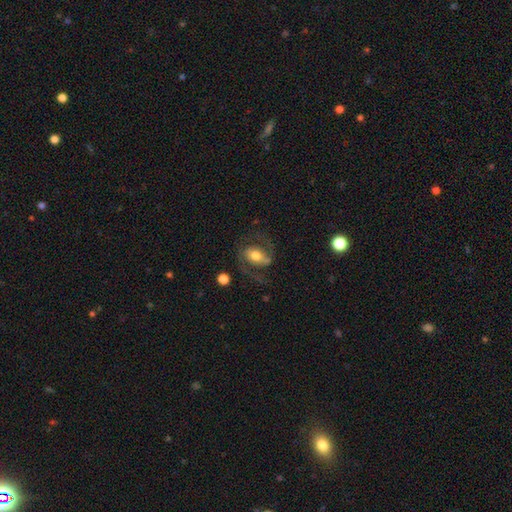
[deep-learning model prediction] Smooth or featured: featured or disk — 70% (smooth — 23%)
Edge-on disk: no — 96% (yes — 4%)
Bar: weak — 37% (no — 35%)
Spiral arms: yes — 87% (no — 13%)
Spiral winding: medium — 53% (loose — 31%)
Spiral arm count: 2 — 87% (1 — 6%)
Bulge size: moderate — 63% (large — 23%)
Merging: none — 62% (major disturbance — 19%)